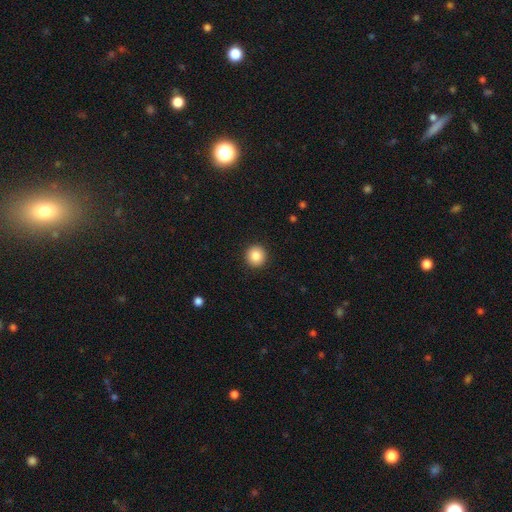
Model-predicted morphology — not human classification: This is clearly a smooth galaxy (86%). How rounded: clearly round (94%). Merging: clearly none (93%).